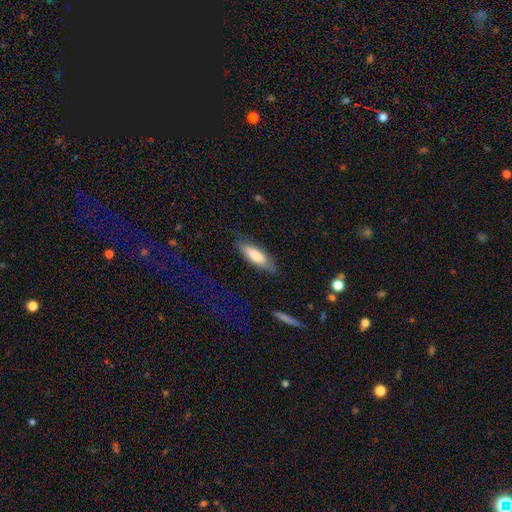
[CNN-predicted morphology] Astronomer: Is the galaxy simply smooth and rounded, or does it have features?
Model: smooth — 76%.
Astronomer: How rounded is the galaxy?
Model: cigar-shaped — 51% (runner-up: in between, 47%).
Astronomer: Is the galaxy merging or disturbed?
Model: none — 76%.